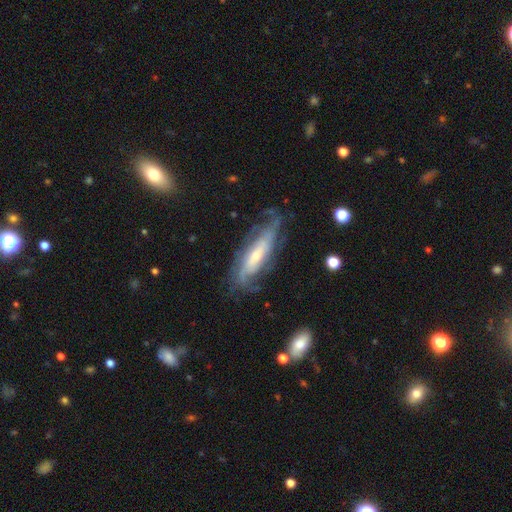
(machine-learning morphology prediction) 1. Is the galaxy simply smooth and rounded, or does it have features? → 79% featured or disk, 15% smooth, 6% star or artifact.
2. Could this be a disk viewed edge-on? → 79% no, 21% yes.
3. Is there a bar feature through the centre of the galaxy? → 53% no, 30% weak, 17% strong.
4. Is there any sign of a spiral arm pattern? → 90% yes, 10% no.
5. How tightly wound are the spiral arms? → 47% tight, 36% medium, 17% loose.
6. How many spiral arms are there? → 45% can't tell, 25% 2, 13% 3, 8% 4, 4% 1, 4% more than 4.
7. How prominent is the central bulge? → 60% small, 31% moderate, 4% large, 3% none, 1% dominant.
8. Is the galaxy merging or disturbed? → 64% none, 21% minor disturbance, 12% major disturbance, 2% merger.